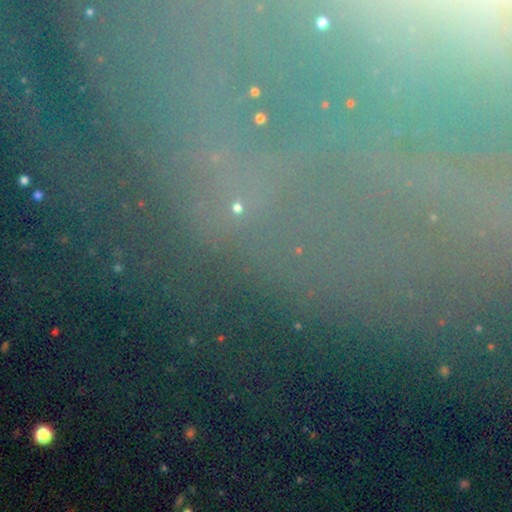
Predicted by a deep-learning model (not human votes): Smooth or featured? Predicted: star or artifact (p=0.72).